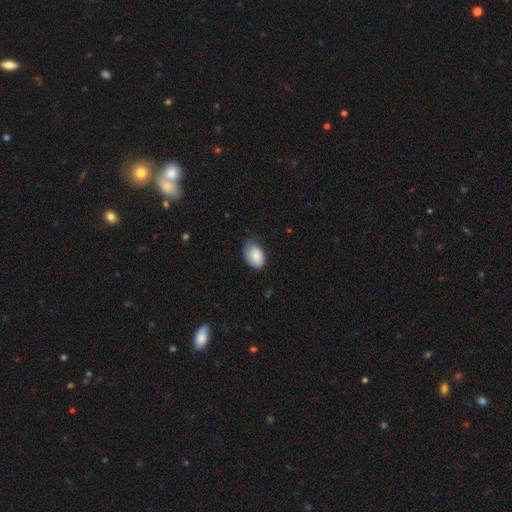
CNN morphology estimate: Q: Smooth or featured?
A: smooth (86%); runner-up: featured or disk (8%)
Q: How rounded?
A: in between (86%); runner-up: round (13%)
Q: Merging?
A: none (60%); runner-up: minor disturbance (34%)